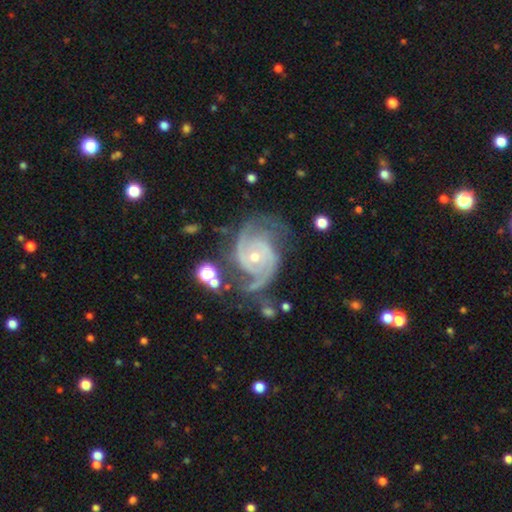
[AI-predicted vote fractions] Overall: featured or disk (92%). Edge-on disk: no (98%). Bar: no (66%). Spiral arms: yes (98%). Spiral arm count: 2 (65%). Spiral winding: tight (47%; medium 44%). Bulge size: small (61%; moderate 36%). Merging: none (60%; minor disturbance 22%).